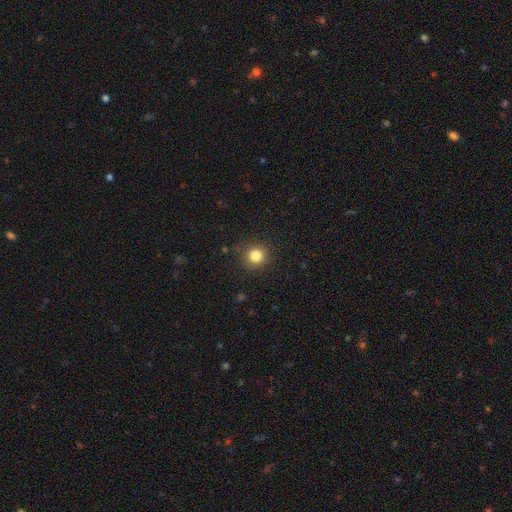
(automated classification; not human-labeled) A smooth galaxy with no disk features (82%) that is round (92%). Merging: none (87%).